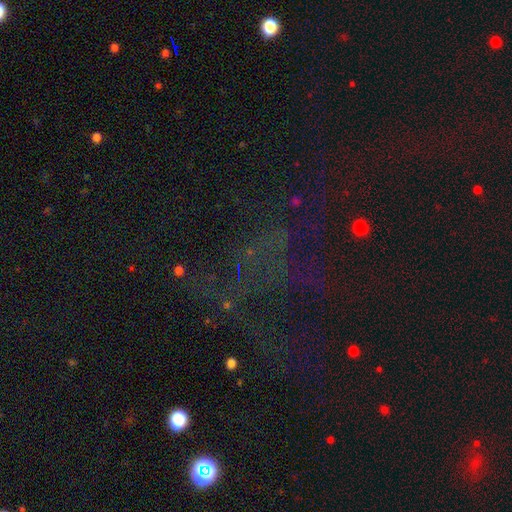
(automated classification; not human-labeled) star or artifact 58%, featured or disk 22%, smooth 19%.